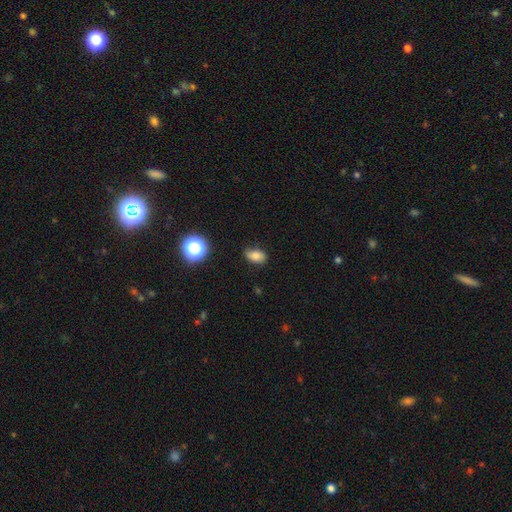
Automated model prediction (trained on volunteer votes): This is likely a smooth galaxy (77%). How rounded: clearly in between (86%). Merging: likely none (80%).